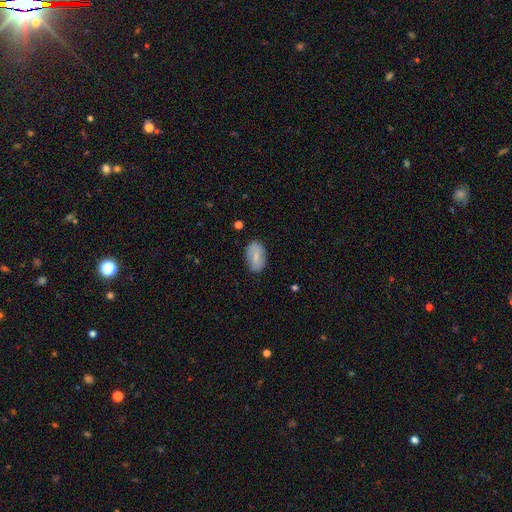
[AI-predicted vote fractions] Smooth or featured? Predicted: smooth (p=0.68). How rounded? Predicted: in between (p=0.92). Merging? Predicted: none (p=0.81).